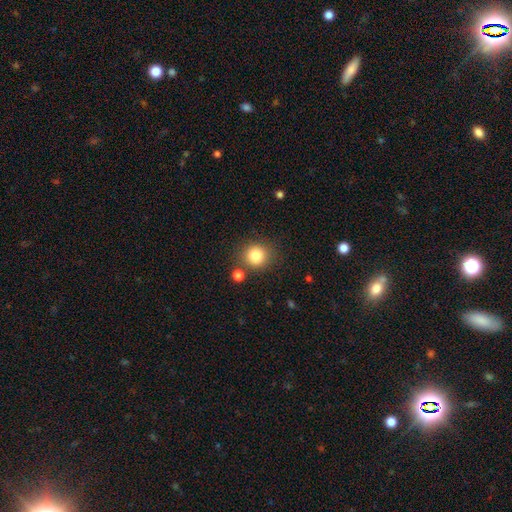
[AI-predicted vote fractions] smooth 82%, star or artifact 11%, featured or disk 7%. Down the decision tree: how rounded — round (89%); merging — none (80%).